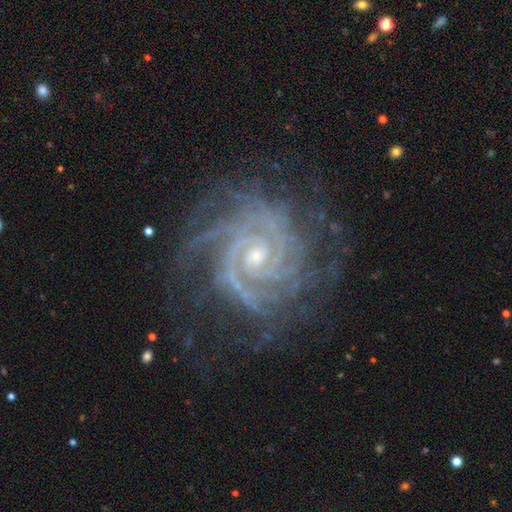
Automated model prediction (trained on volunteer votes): Smooth or featured? Predicted: featured or disk (p=0.91). Edge-on disk? Predicted: no (p=0.98). Bar? Predicted: no (p=0.60). Spiral arms? Predicted: yes (p=0.99). Spiral winding? Predicted: tight (p=0.80). Spiral arm count? Predicted: 2 (p=0.22). Bulge size? Predicted: small (p=0.60). Merging? Predicted: none (p=0.72).